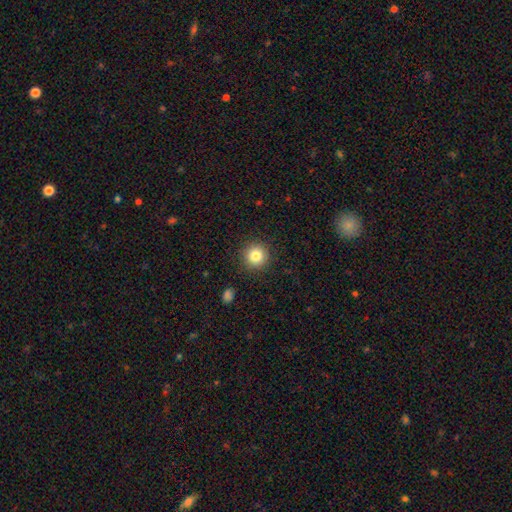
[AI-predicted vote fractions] Smooth or featured?
  - smooth: 82% *
  - star or artifact: 11%
  - featured or disk: 7%
How rounded?
  - round: 95% *
  - in between: 4%
  - cigar-shaped: 1%
Merging?
  - none: 91% *
  - minor disturbance: 6%
  - major disturbance: 2%
  - merger: 1%